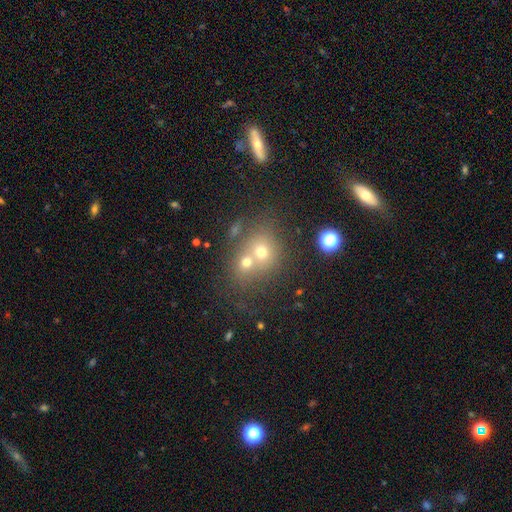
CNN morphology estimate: A smooth galaxy with no disk features (56%) that is round (72%). Merging: merger (48%).